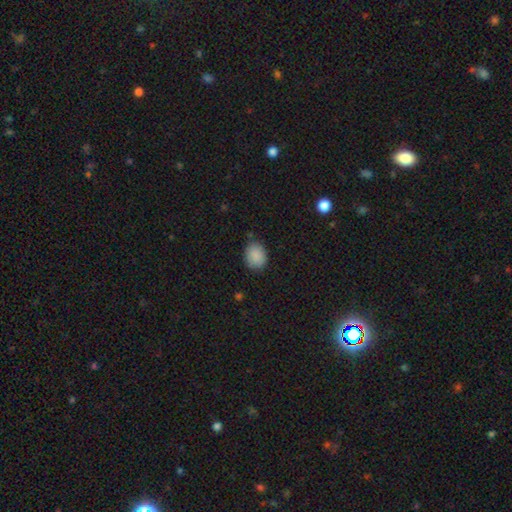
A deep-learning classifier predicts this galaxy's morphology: smooth-or-featured: smooth: 89% | star or artifact: 8% | featured or disk: 4%
  how-rounded: in between: 51% | round: 48% | cigar-shaped: 1%
  merging: none: 79% | minor disturbance: 16% | major disturbance: 3% | merger: 2%